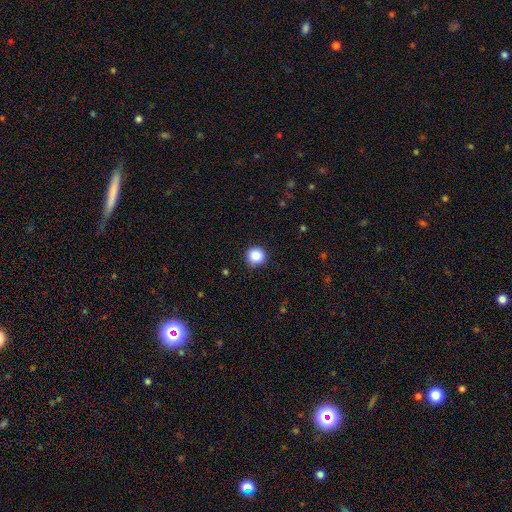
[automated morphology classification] Smooth or featured? smooth (87%)
How rounded? round (95%)
Merging? none (91%)